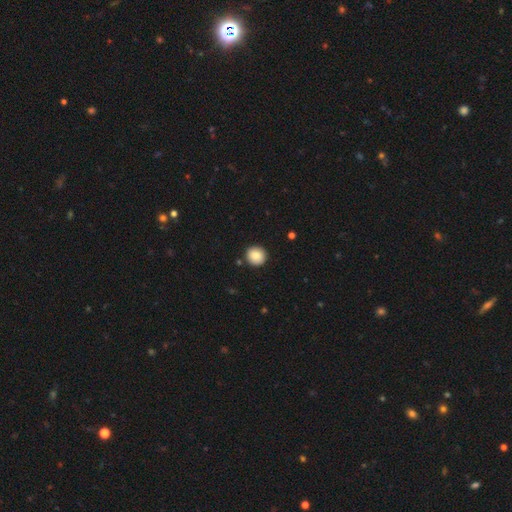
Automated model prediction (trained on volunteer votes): smooth_or_featured: smooth (p=0.86) [alt: star or artifact p=0.09]
how_rounded: round (p=0.94) [alt: in between p=0.05]
merging: none (p=0.91) [alt: minor disturbance p=0.06]